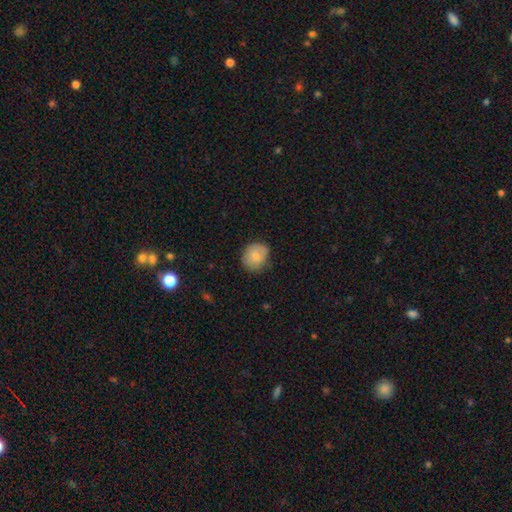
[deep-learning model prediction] smooth_or_featured: smooth (p=0.81) [alt: featured or disk p=0.12]
how_rounded: round (p=0.75) [alt: in between p=0.24]
merging: none (p=0.74) [alt: minor disturbance p=0.21]